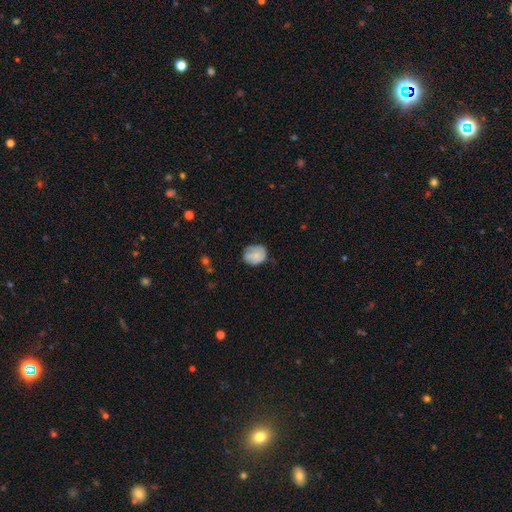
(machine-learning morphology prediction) A smooth galaxy with no disk features (75%) that is round (59%).

Vote fractions:
- Smooth or featured? smooth: 75% / featured or disk: 17% / star or artifact: 8%
- How rounded? round: 59% / in between: 40% / cigar-shaped: 1%
- Merging? none: 58% / minor disturbance: 32% / major disturbance: 9% / merger: 2%